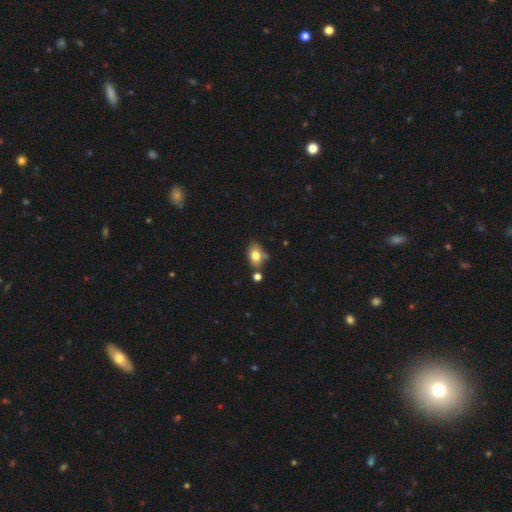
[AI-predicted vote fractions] Q: Smooth or featured?
A: smooth (79%); runner-up: featured or disk (12%)
Q: How rounded?
A: in between (79%); runner-up: round (19%)
Q: Merging?
A: none (61%); runner-up: minor disturbance (20%)